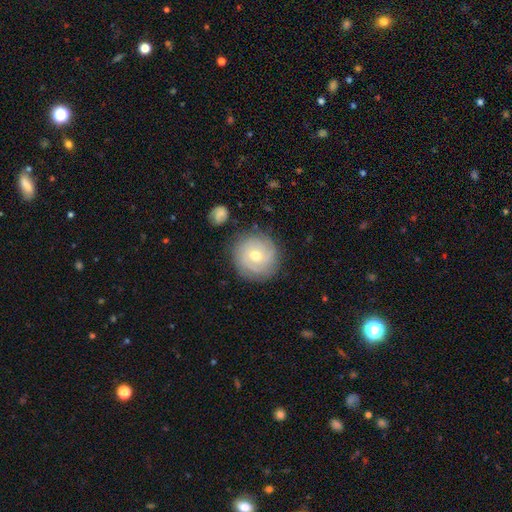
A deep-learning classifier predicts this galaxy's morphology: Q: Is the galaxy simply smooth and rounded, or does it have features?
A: featured or disk — 73%.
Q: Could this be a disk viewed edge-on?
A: no — 98%.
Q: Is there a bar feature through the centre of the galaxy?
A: no — 69%.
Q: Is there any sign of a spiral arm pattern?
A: yes — 92%.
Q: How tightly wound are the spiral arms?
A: tight — 73%.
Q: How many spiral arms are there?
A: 2 — 33%.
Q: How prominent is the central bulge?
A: moderate — 68%.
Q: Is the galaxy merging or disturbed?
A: none — 83%.